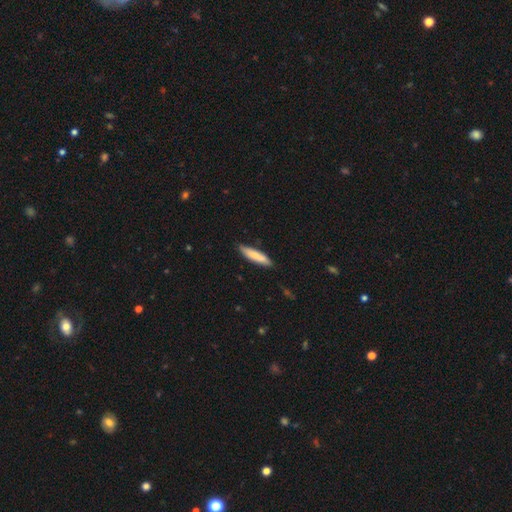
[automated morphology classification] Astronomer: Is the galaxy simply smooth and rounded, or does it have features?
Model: smooth — 78%.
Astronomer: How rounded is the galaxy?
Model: cigar-shaped — 79%.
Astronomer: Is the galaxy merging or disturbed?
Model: none — 84%.